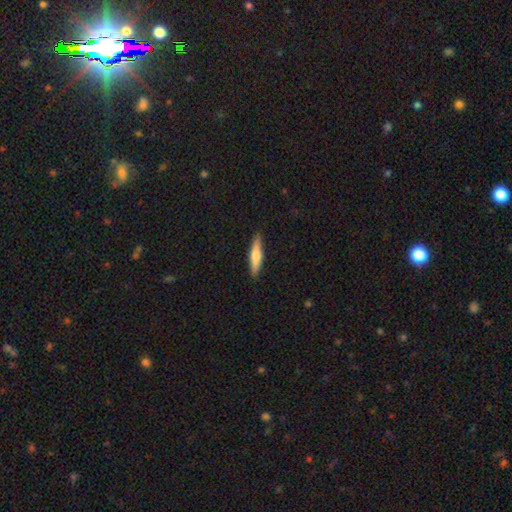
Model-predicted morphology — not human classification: This is possibly a smooth galaxy (60%). How rounded: clearly cigar-shaped (82%). Merging: clearly none (88%).